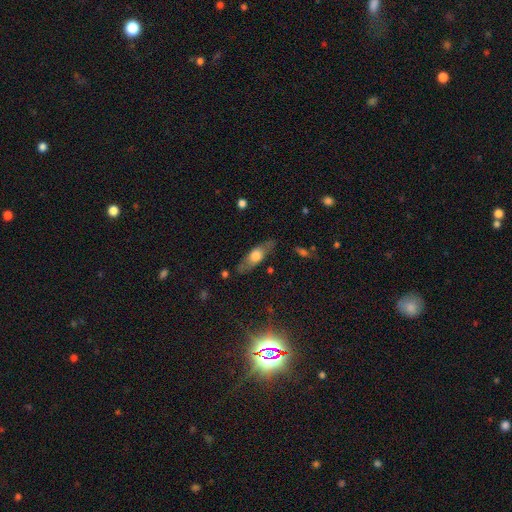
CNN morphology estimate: Overall: smooth (51%; featured or disk 42%). How rounded: in between (52%; cigar-shaped 44%). Merging: none (78%).